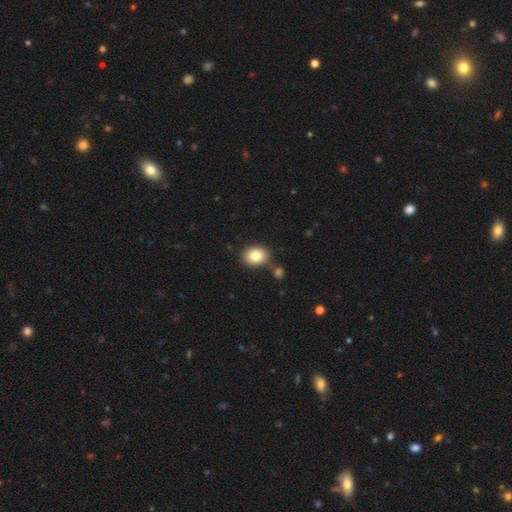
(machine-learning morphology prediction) Overall: smooth (82%). How rounded: round (50%; in between 49%). Merging: none (80%).